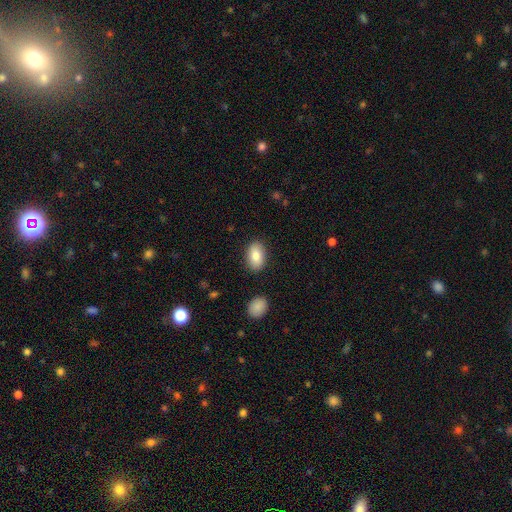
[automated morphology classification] The model was most divided on "smooth or featured": smooth: 83%, featured or disk: 10%, star or artifact: 7%. More confident: how rounded — in between (90%); merging — none (86%).